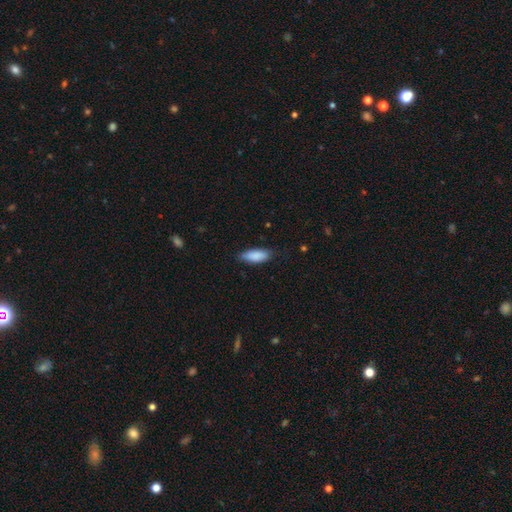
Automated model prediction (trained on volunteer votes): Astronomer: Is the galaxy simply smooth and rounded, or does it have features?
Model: smooth — 88%.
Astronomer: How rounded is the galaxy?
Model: in between — 78%.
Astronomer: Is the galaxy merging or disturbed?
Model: none — 77%.